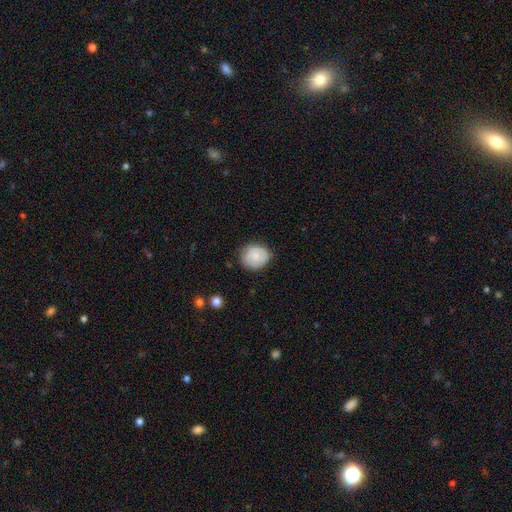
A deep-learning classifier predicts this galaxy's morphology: A smooth galaxy with no disk features (75%) that is round (71%).

Vote fractions:
- Smooth or featured? smooth: 75% / featured or disk: 18% / star or artifact: 7%
- How rounded? round: 71% / in between: 28% / cigar-shaped: 1%
- Merging? none: 77% / minor disturbance: 18% / major disturbance: 3% / merger: 1%